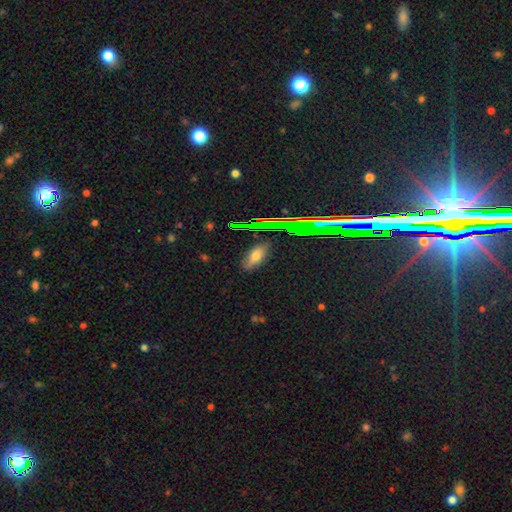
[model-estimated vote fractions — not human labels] Smooth or featured: smooth — 69% (star or artifact — 16%)
How rounded: in between — 84% (cigar-shaped — 10%)
Merging: none — 82% (minor disturbance — 13%)